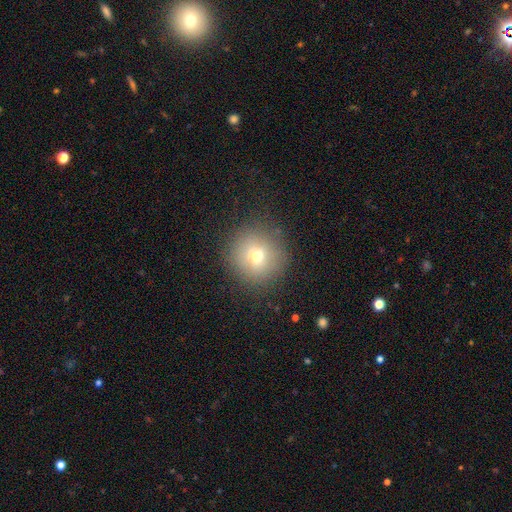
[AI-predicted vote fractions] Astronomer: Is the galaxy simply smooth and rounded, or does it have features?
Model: smooth — 68%.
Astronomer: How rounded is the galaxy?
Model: round — 94%.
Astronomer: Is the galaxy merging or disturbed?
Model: none — 87%.